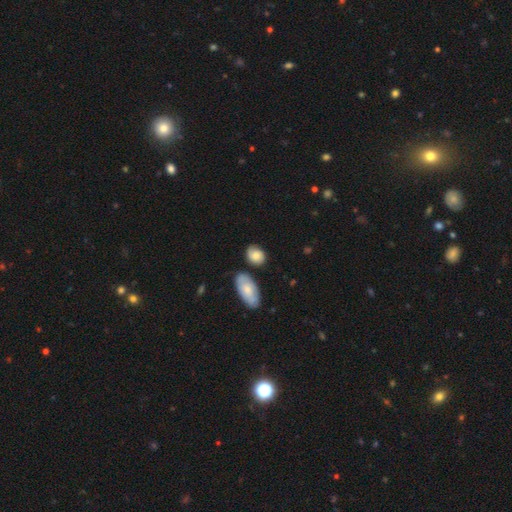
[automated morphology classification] Overall: smooth (72%). How rounded: in between (56%; round 42%). Merging: none (64%).